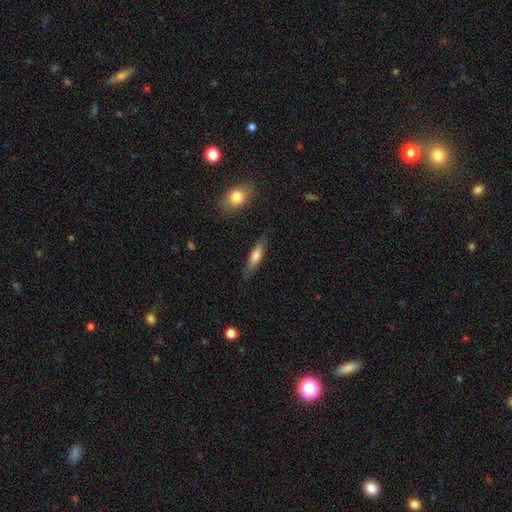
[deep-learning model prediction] Smooth or featured: smooth — 65% (featured or disk — 29%)
How rounded: cigar-shaped — 67% (in between — 31%)
Merging: none — 83% (minor disturbance — 13%)